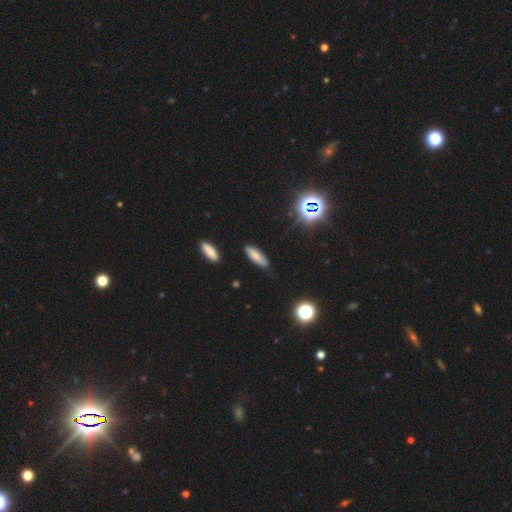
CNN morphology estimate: A smooth galaxy with no disk features (73%) that is in between round and cigar-shaped (51%). Merging: none (80%).